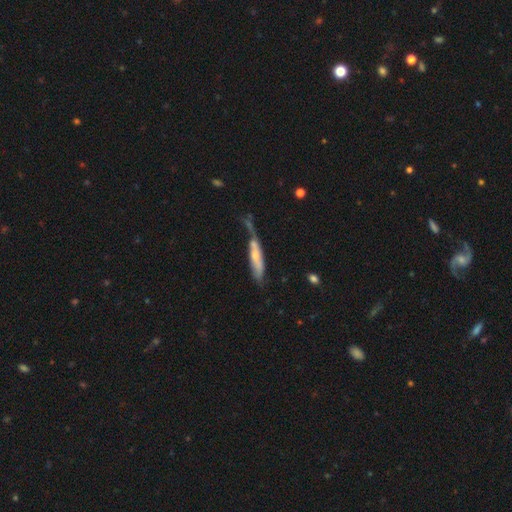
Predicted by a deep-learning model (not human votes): A smooth galaxy with no disk features (50%) that is cigar-shaped (77%).

Vote fractions:
- Smooth or featured? smooth: 50% / featured or disk: 44% / star or artifact: 6%
- How rounded? cigar-shaped: 77% / in between: 21% / round: 2%
- Merging? major disturbance: 28% / none: 26% / minor disturbance: 25% / merger: 21%